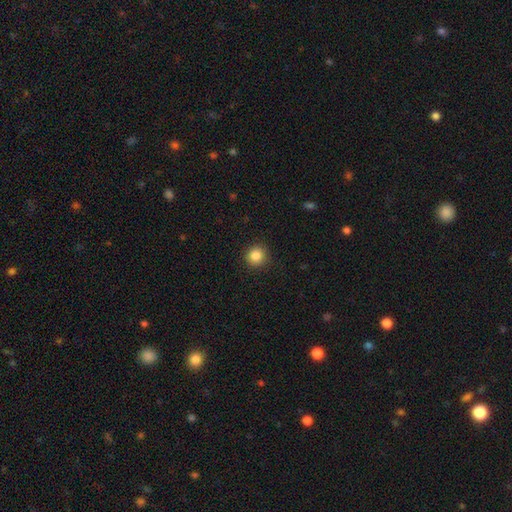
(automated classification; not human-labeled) smooth-or-featured: smooth: 86% | star or artifact: 10% | featured or disk: 4%
  how-rounded: round: 92% | in between: 7% | cigar-shaped: 1%
  merging: none: 91% | minor disturbance: 6% | major disturbance: 2% | merger: 1%